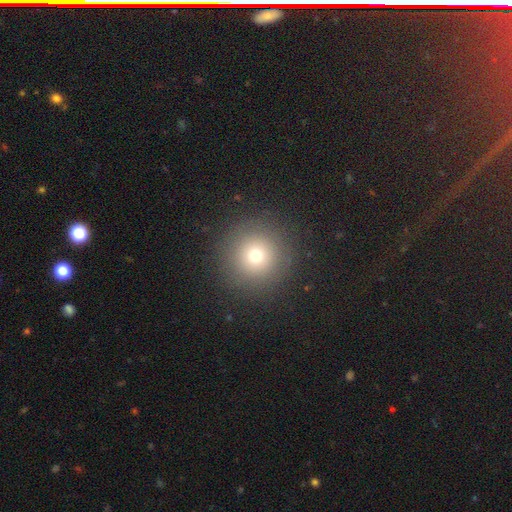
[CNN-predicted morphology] A smooth galaxy with no disk features (71%) that is round (96%).

Vote fractions:
- Smooth or featured? smooth: 71% / star or artifact: 18% / featured or disk: 11%
- How rounded? round: 96% / in between: 3% / cigar-shaped: 1%
- Merging? none: 90% / minor disturbance: 6% / major disturbance: 3% / merger: 1%